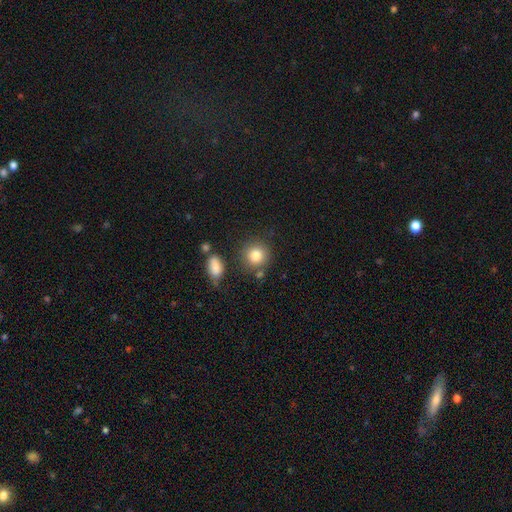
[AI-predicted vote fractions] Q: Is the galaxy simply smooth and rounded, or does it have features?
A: smooth — 82%.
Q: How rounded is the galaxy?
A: round — 88%.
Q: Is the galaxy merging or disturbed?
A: none — 78%.